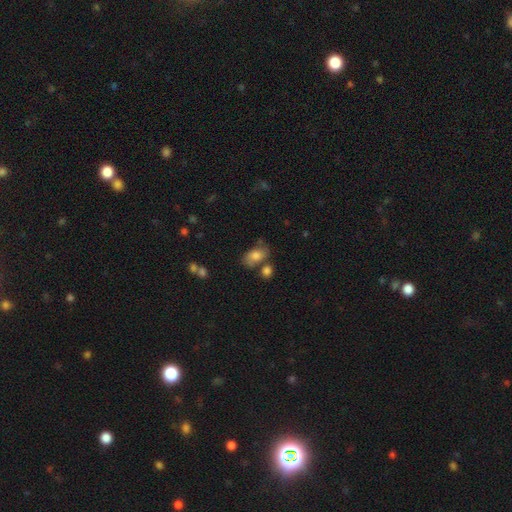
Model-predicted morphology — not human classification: smooth_or_featured: smooth (p=0.67) [alt: featured or disk p=0.23]
how_rounded: in between (p=0.82) [alt: round p=0.16]
merging: none (p=0.50) [alt: minor disturbance p=0.22]